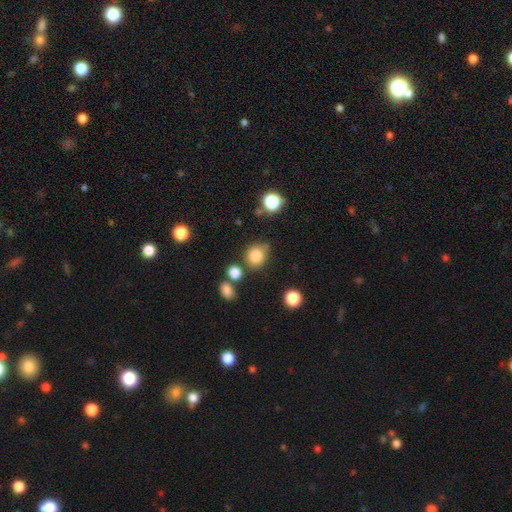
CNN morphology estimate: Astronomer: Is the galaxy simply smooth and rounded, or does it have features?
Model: smooth — 82%.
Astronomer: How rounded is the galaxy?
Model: round — 80%.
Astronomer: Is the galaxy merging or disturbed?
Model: none — 70%.